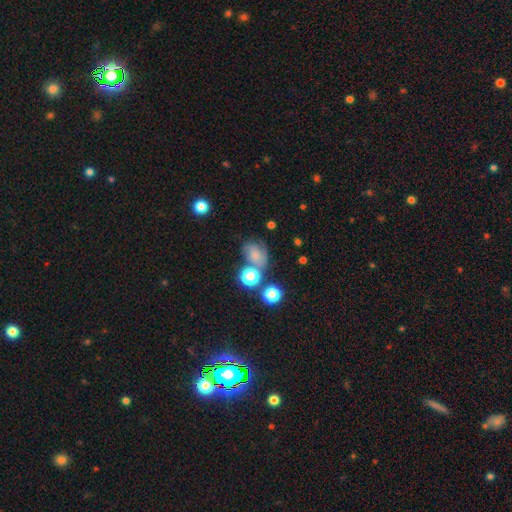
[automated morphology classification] Q: Smooth or featured?
A: smooth (53%); runner-up: featured or disk (29%)
Q: How rounded?
A: in between (51%); runner-up: round (48%)
Q: Merging?
A: none (41%); runner-up: minor disturbance (22%)